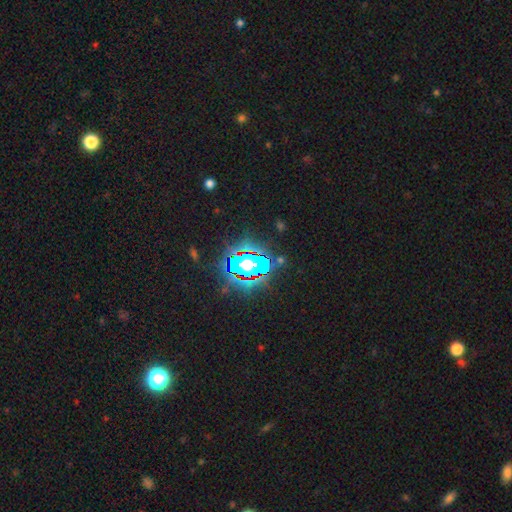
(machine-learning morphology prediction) The model was most divided on "smooth or featured": star or artifact: 79%, smooth: 12%, featured or disk: 9%.